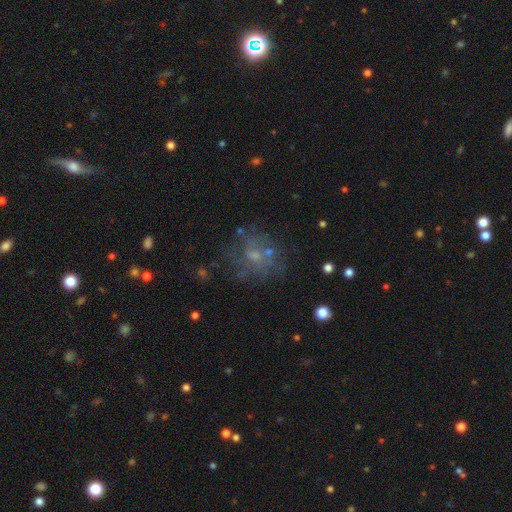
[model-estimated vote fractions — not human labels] Smooth or featured? featured or disk (45%)
Merging? none (59%)